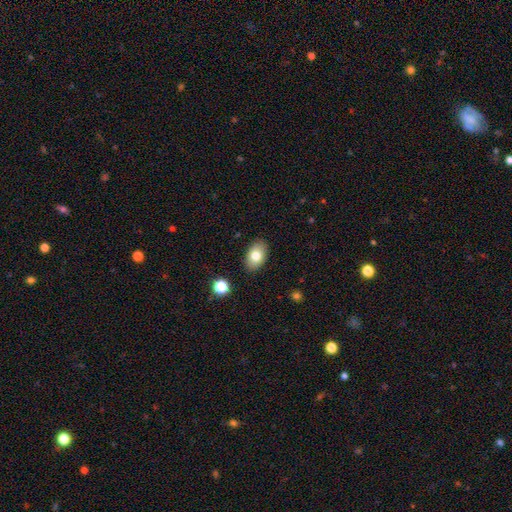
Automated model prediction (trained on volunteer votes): Smooth or featured: smooth — 78% (featured or disk — 14%)
How rounded: in between — 89% (round — 10%)
Merging: none — 87% (minor disturbance — 9%)